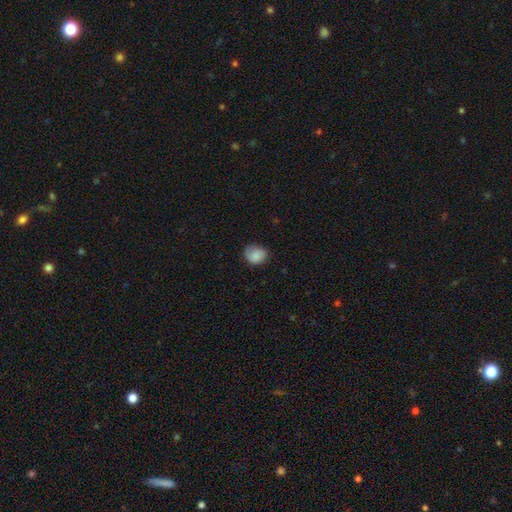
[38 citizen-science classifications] A smooth galaxy with no disk features (63%) that is round (54%). Merging: none (57%).